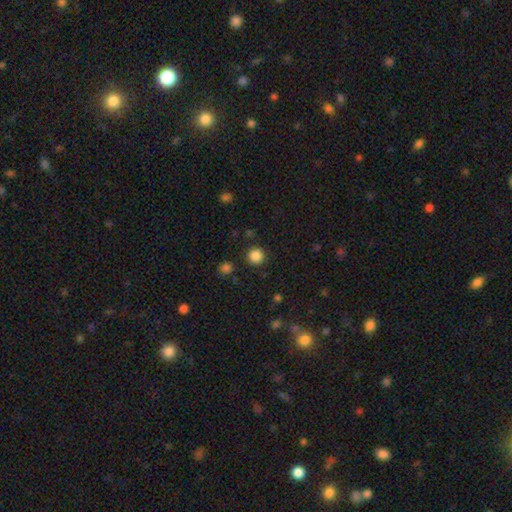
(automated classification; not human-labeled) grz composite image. It shows a smooth galaxy with no disk features (85%) that is round (95%). Merging: none (91%).